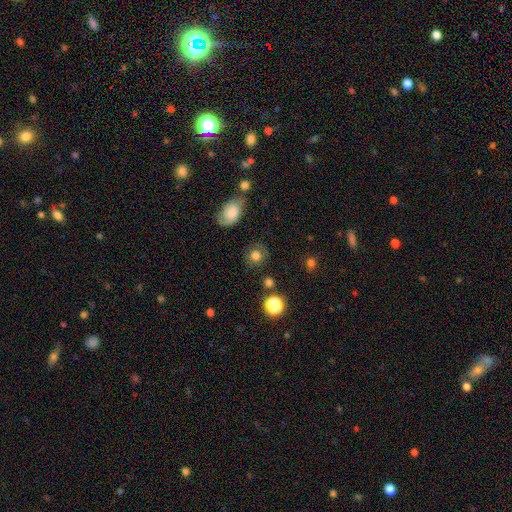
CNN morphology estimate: Smooth or featured? smooth (75%)
How rounded? round (84%)
Merging? none (79%)